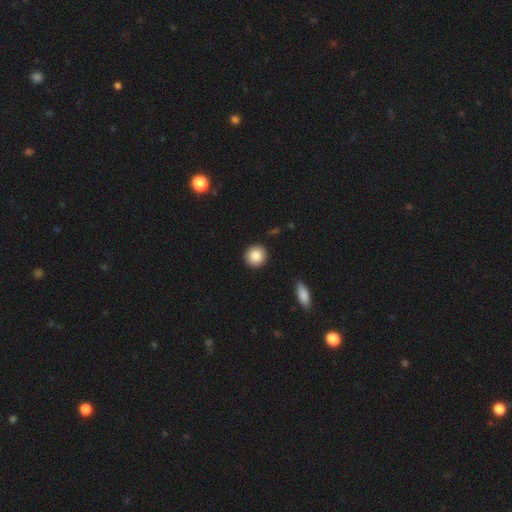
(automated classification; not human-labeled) Q: Smooth or featured?
A: smooth (86%); runner-up: star or artifact (8%)
Q: How rounded?
A: round (90%); runner-up: in between (9%)
Q: Merging?
A: none (92%); runner-up: minor disturbance (5%)